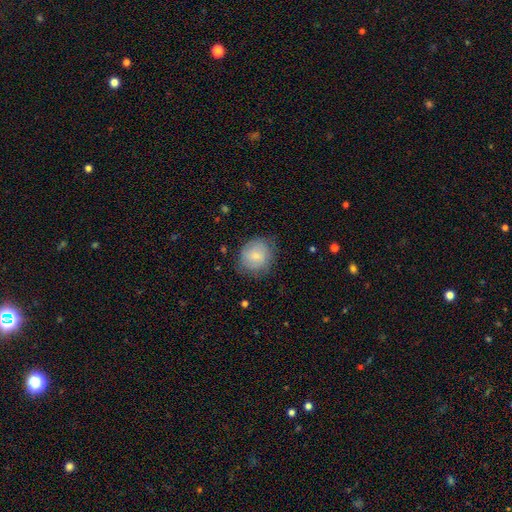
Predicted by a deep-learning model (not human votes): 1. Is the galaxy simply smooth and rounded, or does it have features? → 67% smooth, 26% featured or disk, 7% star or artifact.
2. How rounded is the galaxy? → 80% round, 19% in between, 1% cigar-shaped.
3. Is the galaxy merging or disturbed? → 73% none, 20% minor disturbance, 6% major disturbance, 1% merger.